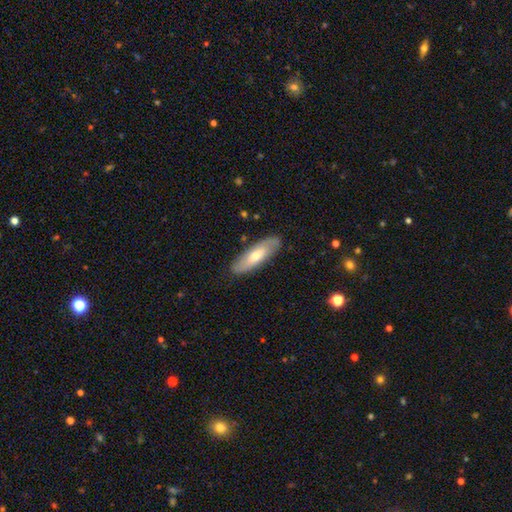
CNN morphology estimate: smooth_or_featured: smooth (p=0.59) [alt: featured or disk p=0.36]
how_rounded: in between (p=0.50) [alt: cigar-shaped p=0.48]
merging: none (p=0.85) [alt: minor disturbance p=0.11]